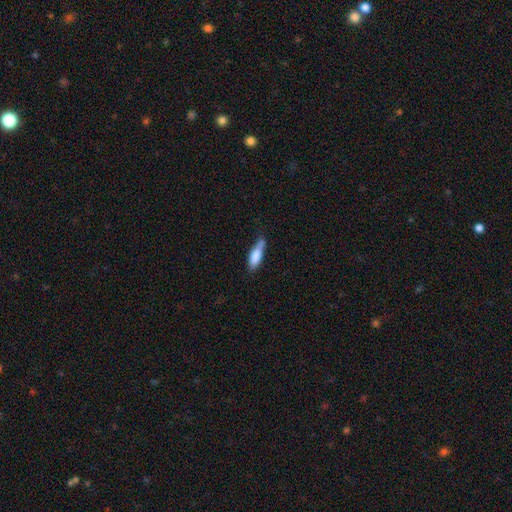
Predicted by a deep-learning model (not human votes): The model was most divided on "how rounded": in between: 52%, cigar-shaped: 46%, round: 2%. More confident: smooth or featured — smooth (77%); merging — none (51%).